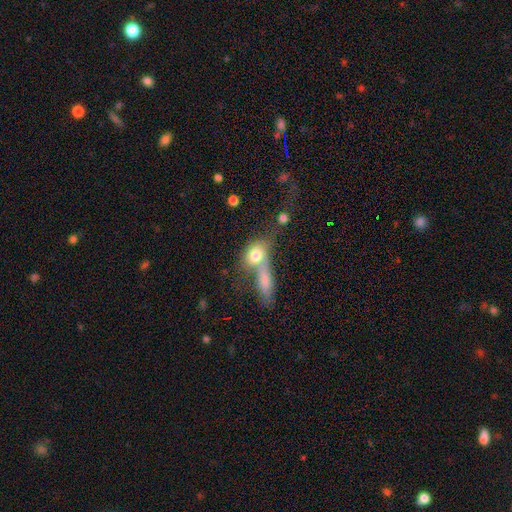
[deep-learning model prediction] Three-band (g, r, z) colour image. It shows a smooth galaxy with no disk features (75%) that is in between round and cigar-shaped (59%). Merging: merger (51%).